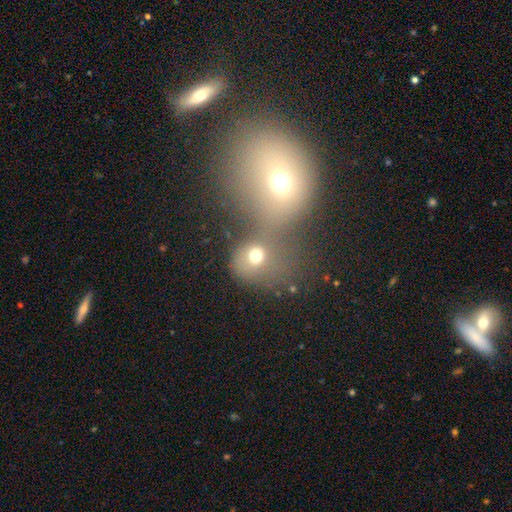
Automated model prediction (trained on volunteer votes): Smooth or featured? smooth (67%)
How rounded? round (73%)
Merging? merger (48%)